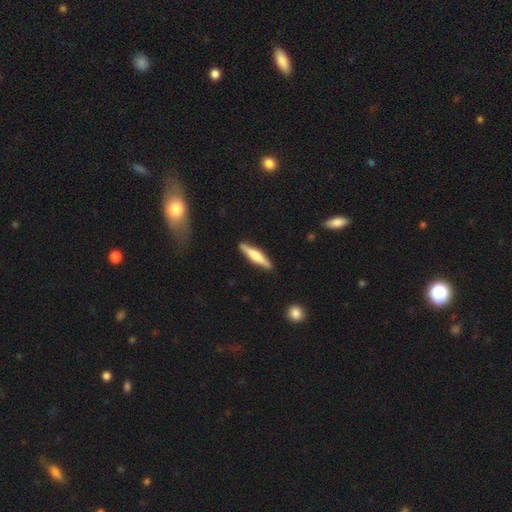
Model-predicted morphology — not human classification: Smooth or featured? featured or disk (48%)
Merging? none (88%)